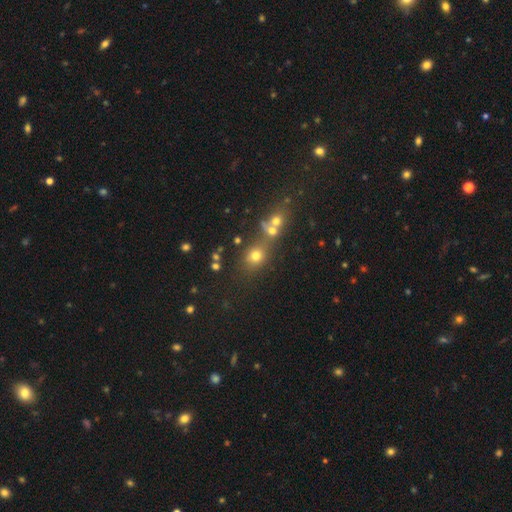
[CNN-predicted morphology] A smooth galaxy with no disk features (67%) that is round (69%).

Vote fractions:
- Smooth or featured? smooth: 67% / star or artifact: 22% / featured or disk: 11%
- How rounded? round: 69% / in between: 29% / cigar-shaped: 2%
- Merging? none: 54% / merger: 31% / minor disturbance: 10% / major disturbance: 6%